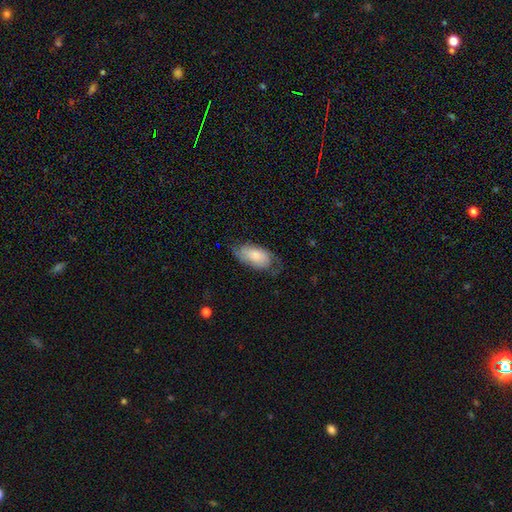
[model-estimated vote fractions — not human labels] Q: Smooth or featured?
A: smooth (60%); runner-up: featured or disk (34%)
Q: How rounded?
A: in between (93%); runner-up: round (4%)
Q: Merging?
A: none (54%); runner-up: minor disturbance (29%)